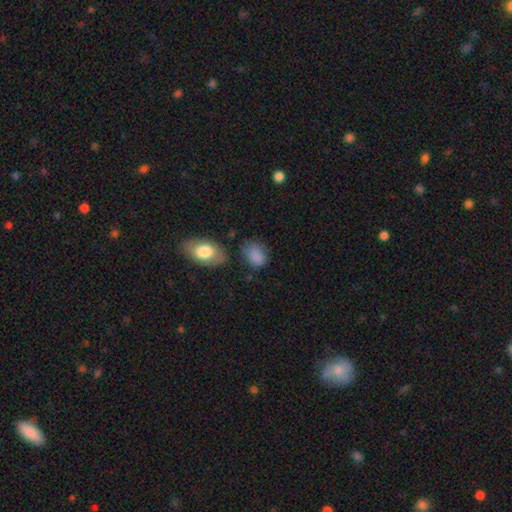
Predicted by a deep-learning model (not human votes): smooth_or_featured: smooth (p=0.84) [alt: star or artifact p=0.09]
how_rounded: in between (p=0.70) [alt: round p=0.28]
merging: none (p=0.55) [alt: minor disturbance p=0.28]